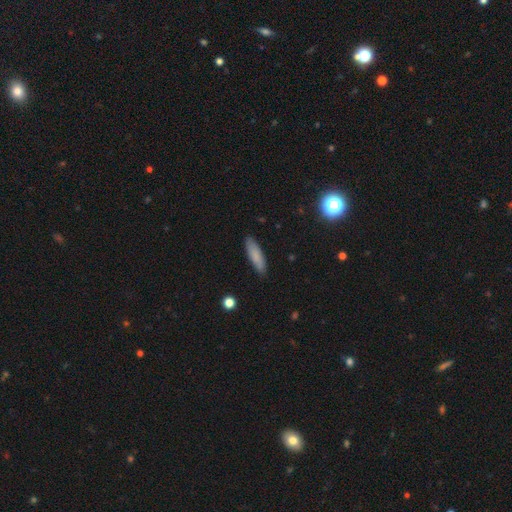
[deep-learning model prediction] smooth 82%, featured or disk 11%, star or artifact 7%. Down the decision tree: how rounded — cigar-shaped (64%); merging — none (88%).